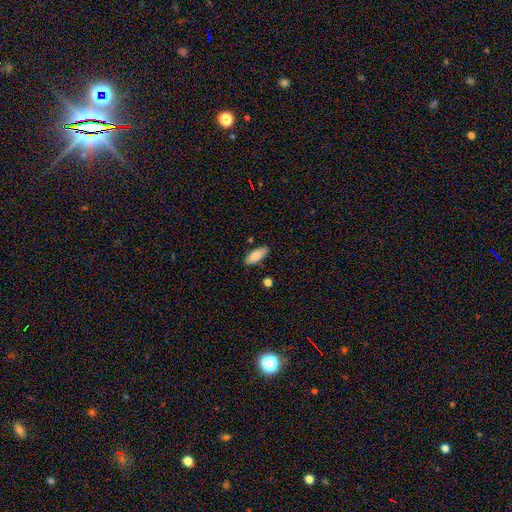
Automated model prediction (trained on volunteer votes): A smooth galaxy with no disk features (87%) that is in between round and cigar-shaped (79%). Merging: none (83%).